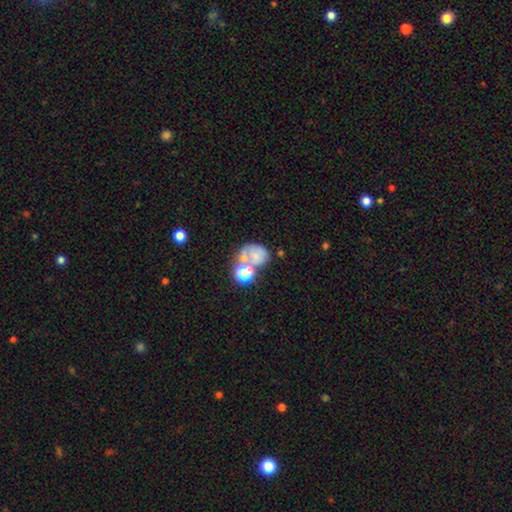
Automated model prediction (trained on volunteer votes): Smooth or featured?
  - smooth: 53% *
  - featured or disk: 28%
  - star or artifact: 18%
How rounded?
  - in between: 51% *
  - round: 48%
  - cigar-shaped: 1%
Merging?
  - merger: 43% *
  - none: 30%
  - minor disturbance: 13%
  - major disturbance: 13%